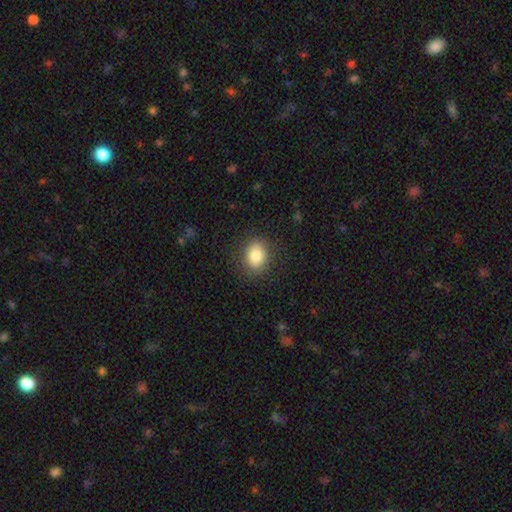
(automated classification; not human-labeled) Smooth or featured? Predicted: smooth (p=0.84). How rounded? Predicted: in between (p=0.57). Merging? Predicted: none (p=0.83).